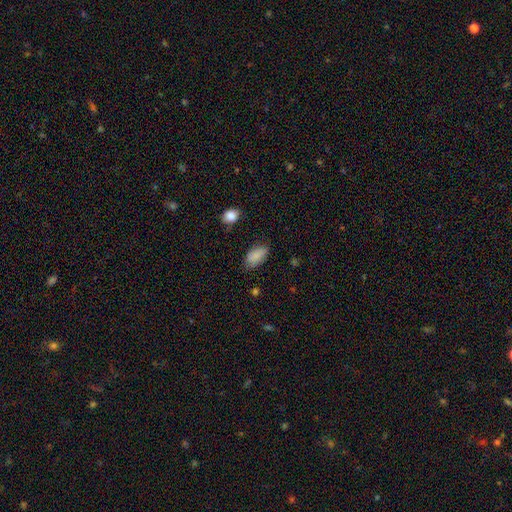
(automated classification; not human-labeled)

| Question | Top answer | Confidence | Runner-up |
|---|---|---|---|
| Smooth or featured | smooth | 85% | star or artifact (8%) |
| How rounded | in between | 93% | round (3%) |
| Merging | none | 71% | minor disturbance (23%) |